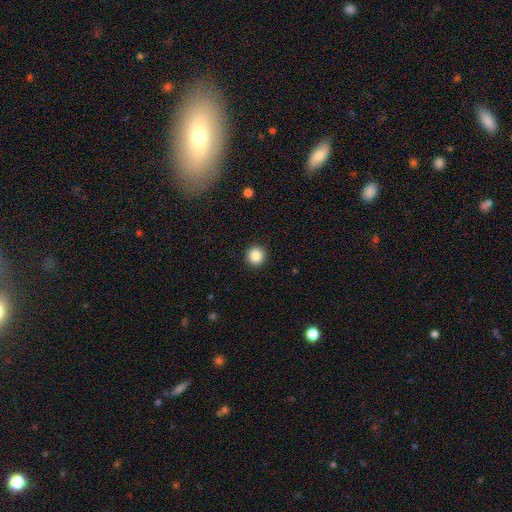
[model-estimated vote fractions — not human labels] Morphology: type=smooth (87%); roundness=round (95%); merging=none (92%).